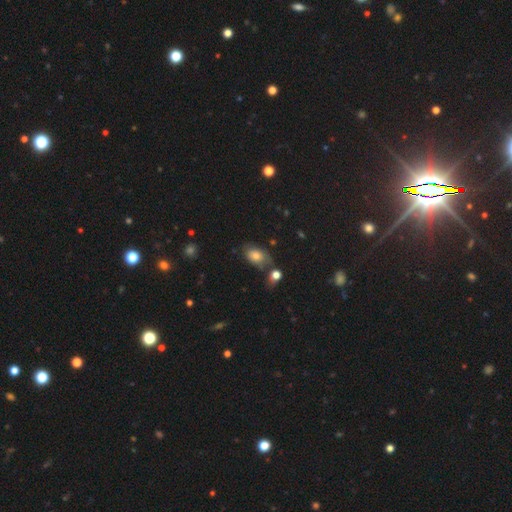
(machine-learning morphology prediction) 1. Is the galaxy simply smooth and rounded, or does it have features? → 74% smooth, 16% featured or disk, 10% star or artifact.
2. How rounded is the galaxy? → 85% in between, 13% round, 2% cigar-shaped.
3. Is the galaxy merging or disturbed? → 55% none, 22% minor disturbance, 14% merger, 8% major disturbance.